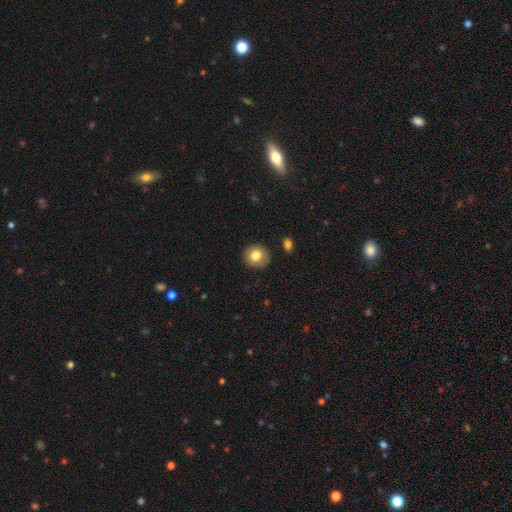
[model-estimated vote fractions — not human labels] Smooth or featured?
  - smooth: 82% *
  - featured or disk: 9%
  - star or artifact: 9%
How rounded?
  - round: 89% *
  - in between: 10%
  - cigar-shaped: 1%
Merging?
  - none: 90% *
  - minor disturbance: 7%
  - major disturbance: 2%
  - merger: 1%